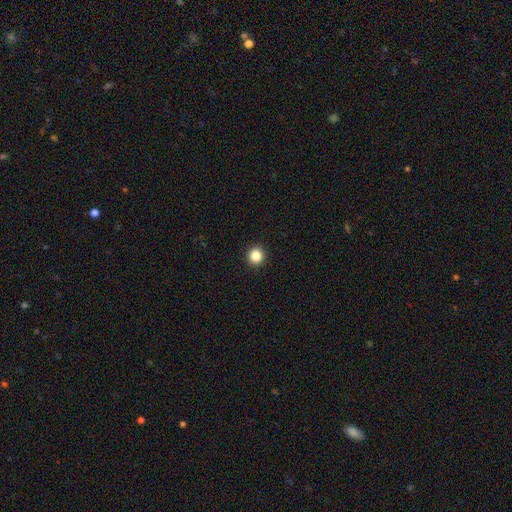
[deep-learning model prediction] A smooth galaxy with no disk features (85%) that is round (95%). Merging: none (93%).